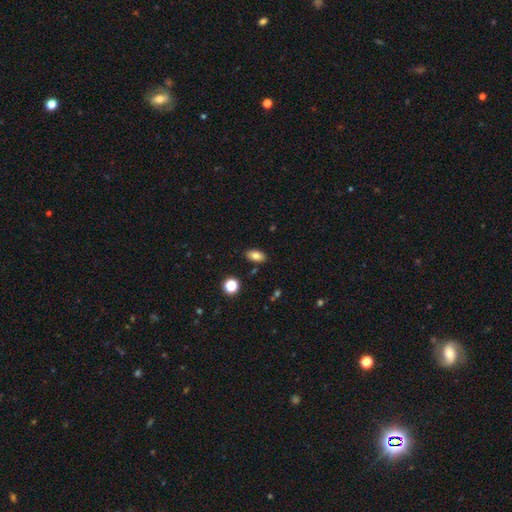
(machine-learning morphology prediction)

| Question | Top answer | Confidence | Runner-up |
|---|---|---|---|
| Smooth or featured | smooth | 80% | star or artifact (10%) |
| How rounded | in between | 89% | round (7%) |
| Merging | none | 86% | minor disturbance (9%) |